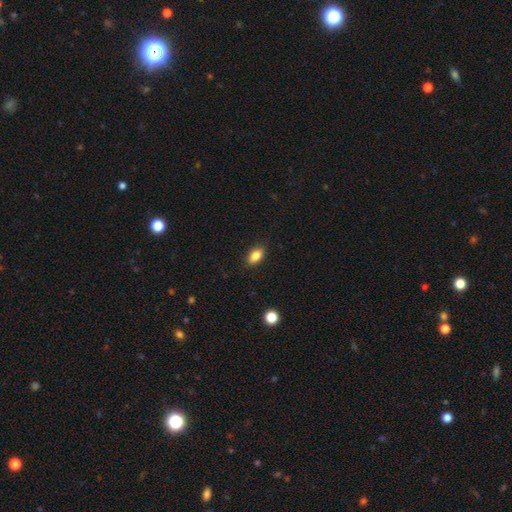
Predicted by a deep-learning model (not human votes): Smooth or featured? Predicted: smooth (p=0.83). How rounded? Predicted: in between (p=0.88). Merging? Predicted: none (p=0.86).